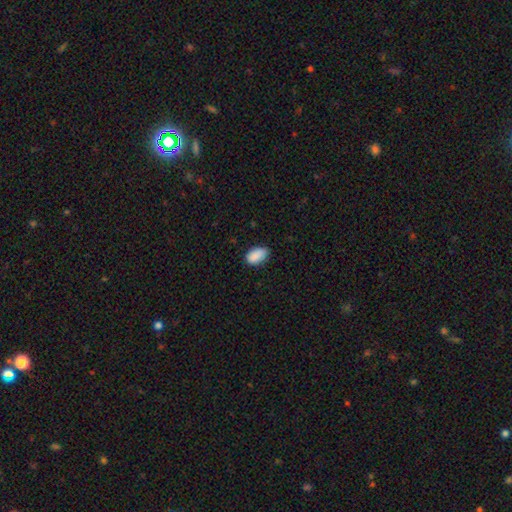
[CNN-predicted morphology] Smooth or featured: smooth — 89% (star or artifact — 7%)
How rounded: in between — 93% (round — 5%)
Merging: none — 77% (minor disturbance — 19%)